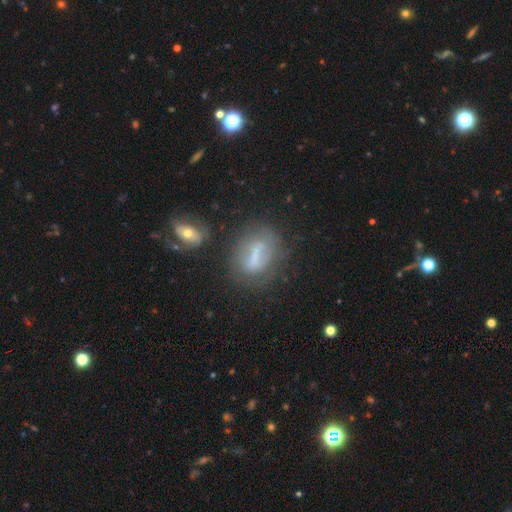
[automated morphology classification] The model was most divided on "smooth or featured": smooth: 47%, featured or disk: 42%, star or artifact: 11%. More confident: merging — none (61%).